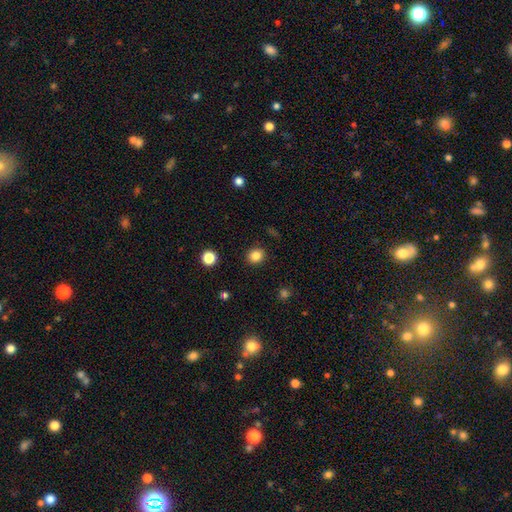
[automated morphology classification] Q: Smooth or featured?
A: smooth (84%); runner-up: star or artifact (12%)
Q: How rounded?
A: round (78%); runner-up: in between (21%)
Q: Merging?
A: none (90%); runner-up: minor disturbance (7%)